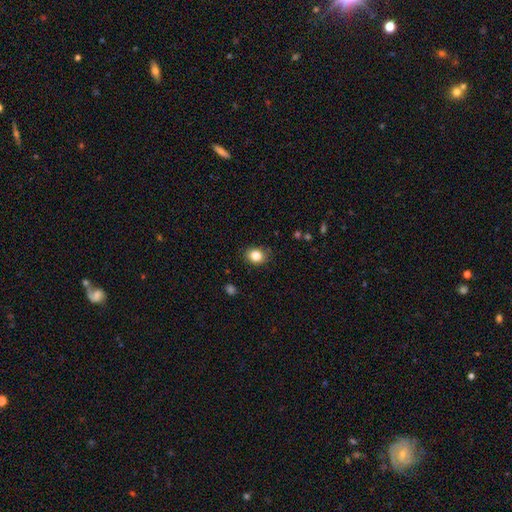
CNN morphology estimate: smooth-or-featured: smooth: 84% | star or artifact: 10% | featured or disk: 6%
  how-rounded: round: 60% | in between: 39% | cigar-shaped: 1%
  merging: none: 86% | minor disturbance: 10% | major disturbance: 2% | merger: 1%